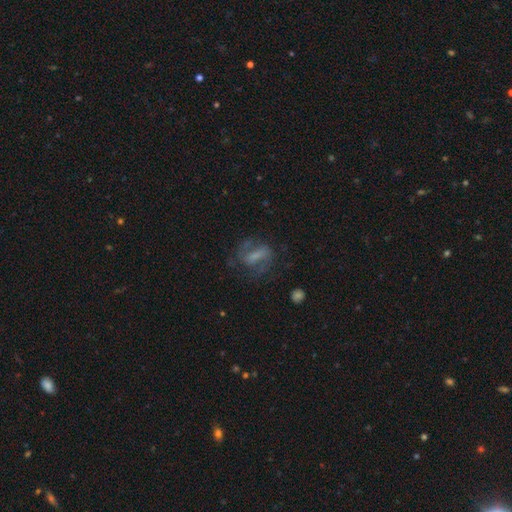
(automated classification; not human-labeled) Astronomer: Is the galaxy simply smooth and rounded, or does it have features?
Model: featured or disk — 59%.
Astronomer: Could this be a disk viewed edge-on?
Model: no — 93%.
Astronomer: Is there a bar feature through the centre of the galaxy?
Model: strong — 43% (runner-up: weak, 36%).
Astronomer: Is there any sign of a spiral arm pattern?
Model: yes — 74%.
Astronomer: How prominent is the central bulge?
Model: none — 37% (runner-up: small, 31%).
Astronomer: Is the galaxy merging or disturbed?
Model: none — 58%.